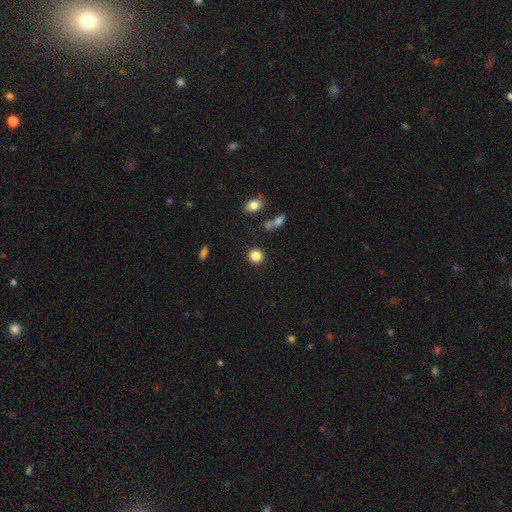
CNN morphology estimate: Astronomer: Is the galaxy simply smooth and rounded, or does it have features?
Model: smooth — 85%.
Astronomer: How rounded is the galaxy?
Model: round — 90%.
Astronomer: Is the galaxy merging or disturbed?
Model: none — 88%.